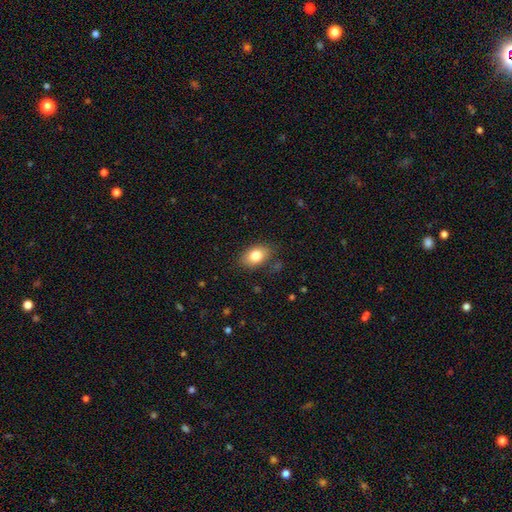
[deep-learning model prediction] Morphology: type=smooth (81%); roundness=in between (82%); merging=none (81%).